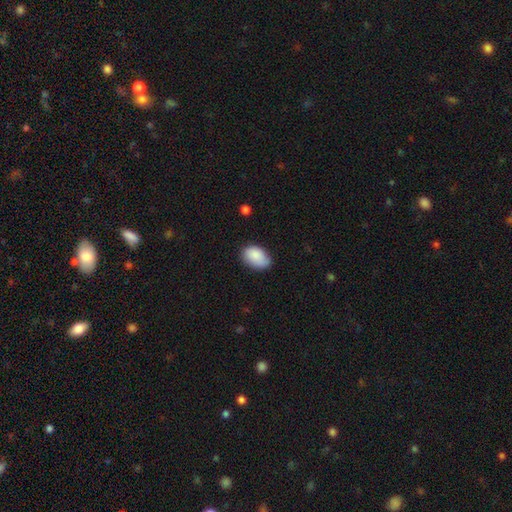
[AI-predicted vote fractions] Morphology: type=smooth (87%); roundness=in between (90%); merging=none (72%).